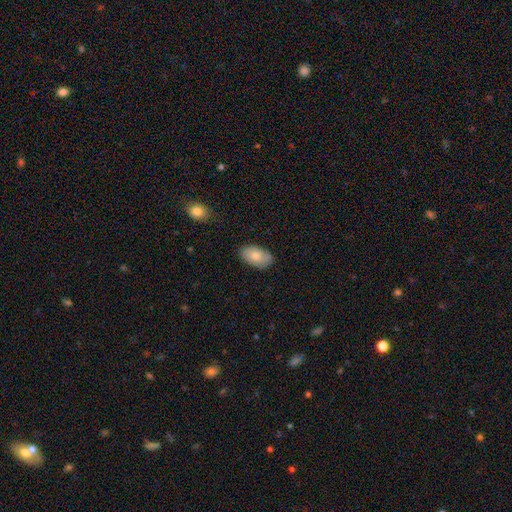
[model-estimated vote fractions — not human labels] Smooth or featured? smooth (80%)
How rounded? in between (94%)
Merging? none (83%)